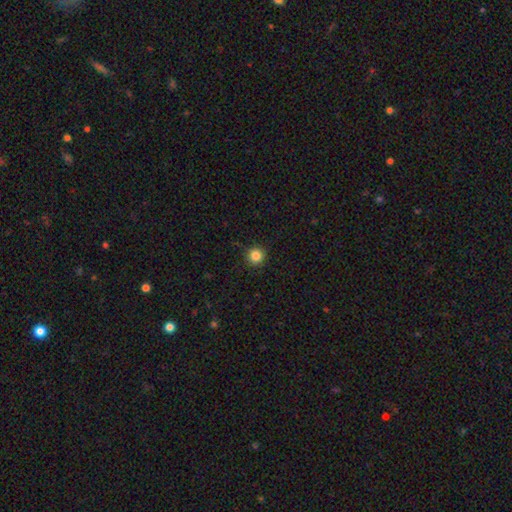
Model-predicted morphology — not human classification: A smooth galaxy with no disk features (84%) that is round (95%). Merging: none (91%).